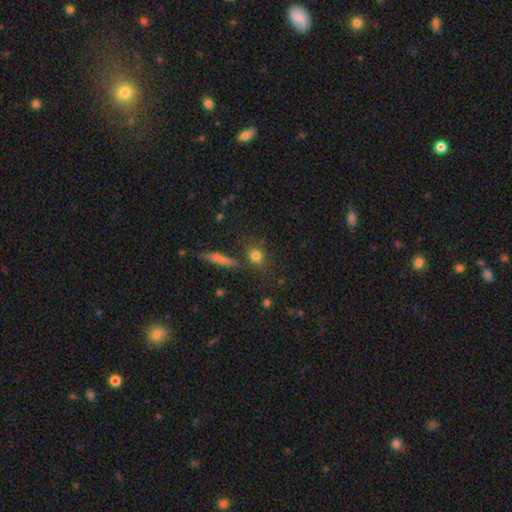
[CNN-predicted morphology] type=smooth (78%); roundness=round (72%); merging=none (77%).